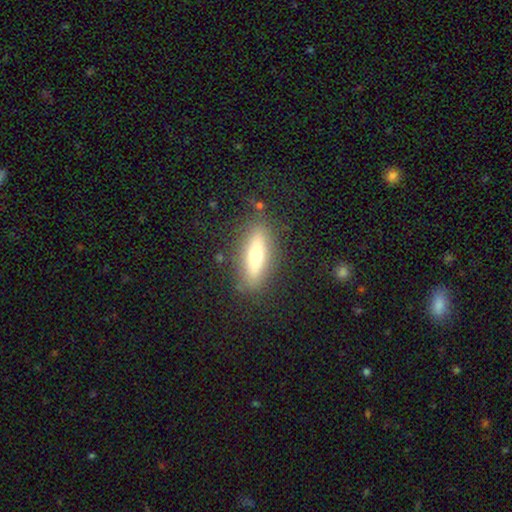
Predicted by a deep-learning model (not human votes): Smooth or featured? Predicted: smooth (p=0.53). How rounded? Predicted: cigar-shaped (p=0.58). Merging? Predicted: none (p=0.84).